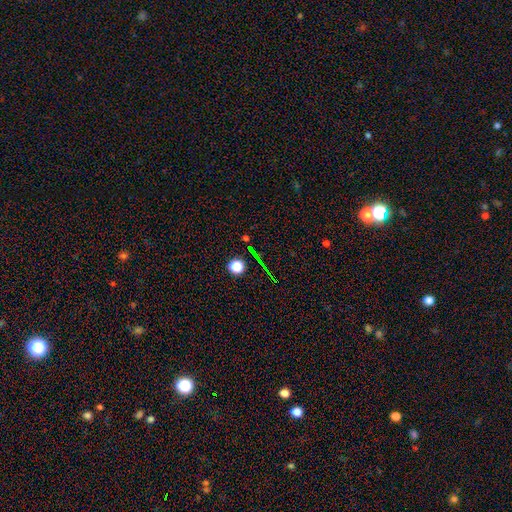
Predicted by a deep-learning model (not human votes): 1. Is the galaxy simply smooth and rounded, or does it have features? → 61% star or artifact, 25% smooth, 14% featured or disk.